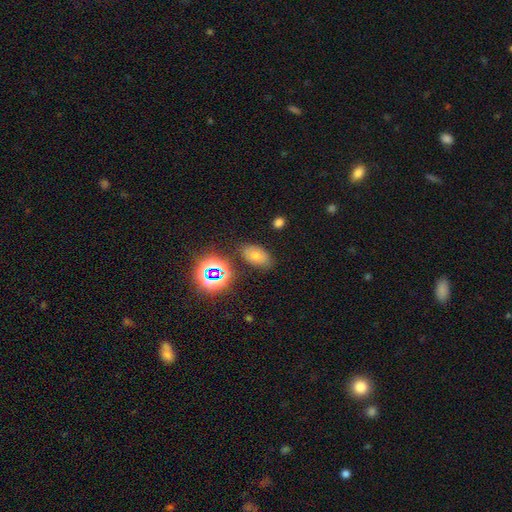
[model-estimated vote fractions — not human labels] Smooth or featured: smooth — 63% (star or artifact — 22%)
How rounded: in between — 89% (round — 9%)
Merging: none — 79% (minor disturbance — 13%)